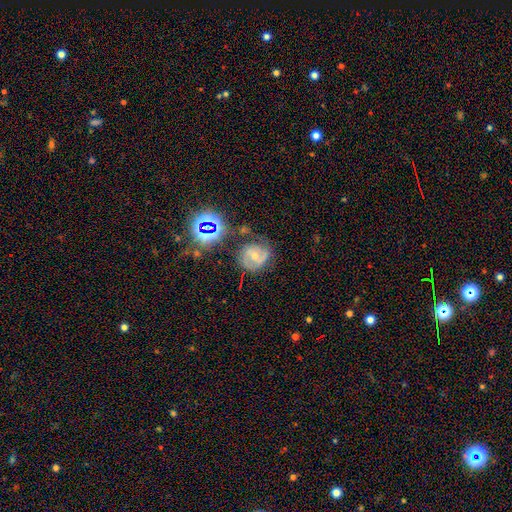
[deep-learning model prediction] This appears to be a featured or disk galaxy (64%) with no bar (44%), 2 (69%) tight (47%) spiral arms (82%) and a moderate central bulge (56%). Merging: none (63%).